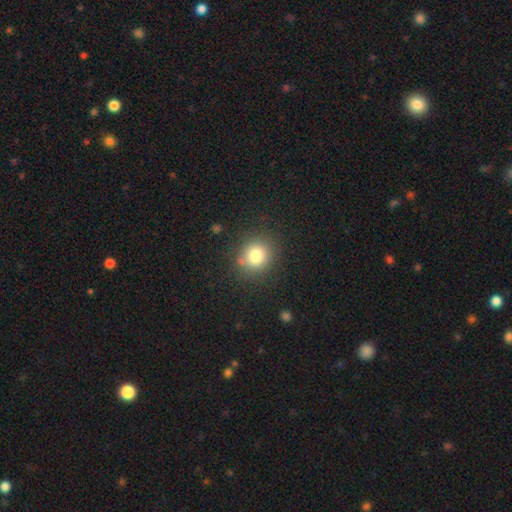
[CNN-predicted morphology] Smooth or featured? smooth (81%)
How rounded? round (86%)
Merging? none (84%)